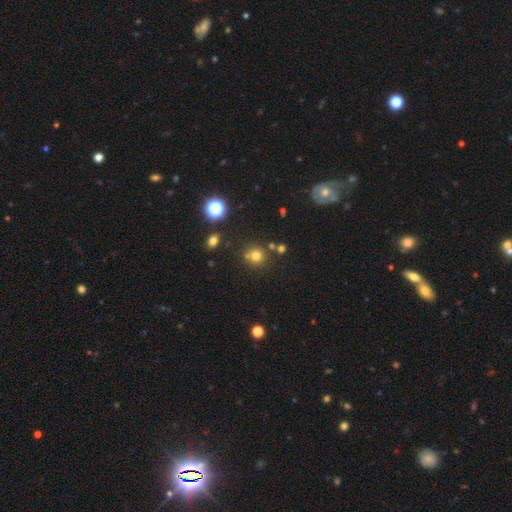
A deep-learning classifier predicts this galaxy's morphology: A smooth galaxy with no disk features (71%) that is round (89%). Merging: none (69%).